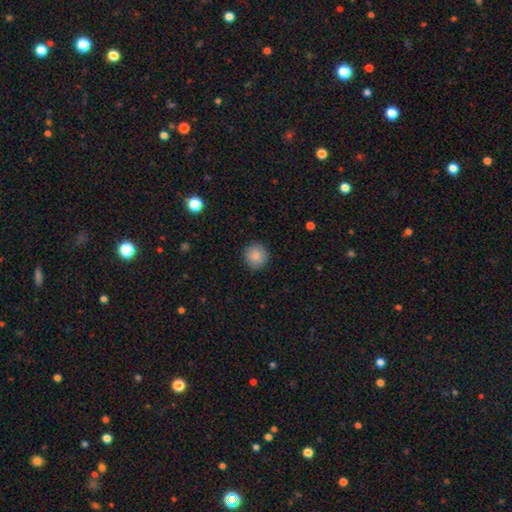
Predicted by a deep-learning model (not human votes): Smooth or featured?
  - smooth: 87% *
  - star or artifact: 8%
  - featured or disk: 5%
How rounded?
  - round: 94% *
  - in between: 5%
  - cigar-shaped: 1%
Merging?
  - none: 91% *
  - minor disturbance: 6%
  - major disturbance: 2%
  - merger: 1%